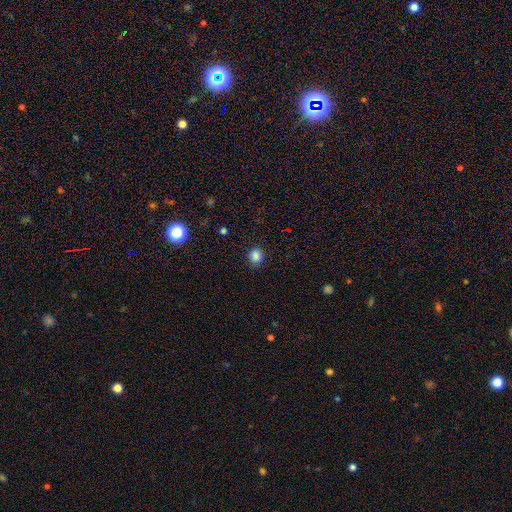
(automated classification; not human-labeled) Q: Smooth or featured?
A: smooth (84%); runner-up: star or artifact (13%)
Q: How rounded?
A: round (83%); runner-up: in between (16%)
Q: Merging?
A: none (87%); runner-up: minor disturbance (10%)